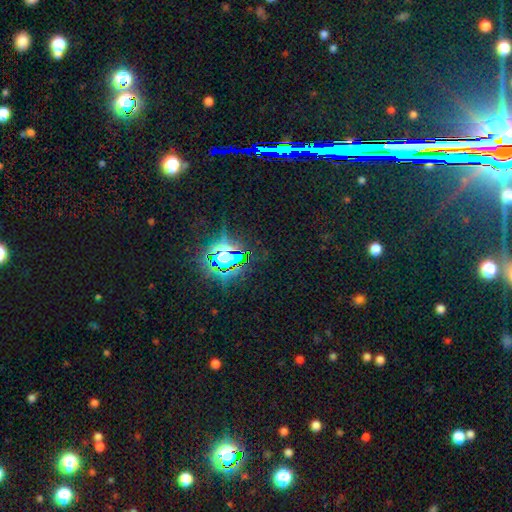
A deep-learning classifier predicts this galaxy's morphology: This is clearly a star or artifact rather than a galaxy (82%).